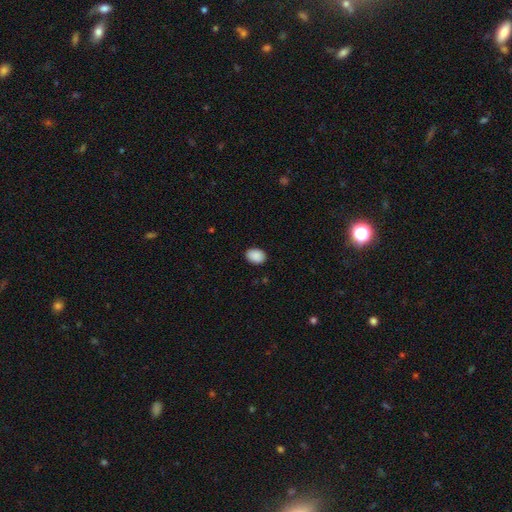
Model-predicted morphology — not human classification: Smooth or featured? smooth (90%)
How rounded? in between (73%)
Merging? none (88%)